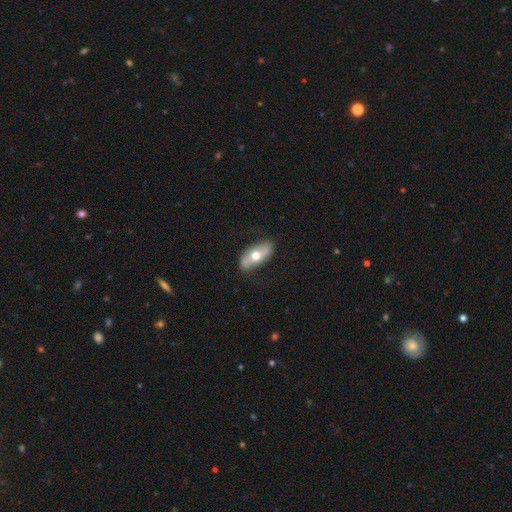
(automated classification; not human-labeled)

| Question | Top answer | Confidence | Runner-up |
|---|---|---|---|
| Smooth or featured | featured or disk | 47% | tied: smooth (47%) |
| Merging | none | 79% | minor disturbance (16%) |